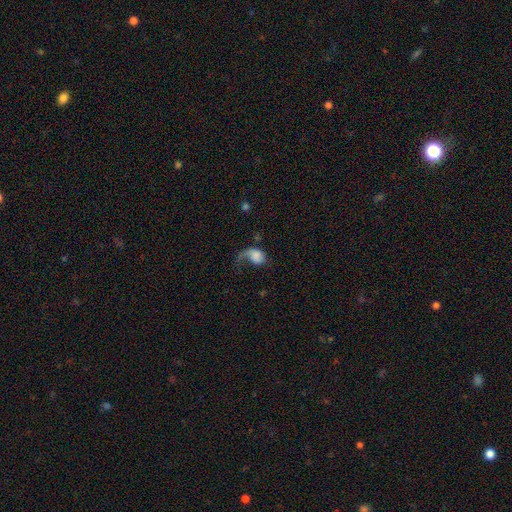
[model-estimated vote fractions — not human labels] Q: Smooth or featured?
A: smooth (52%); runner-up: featured or disk (39%)
Q: How rounded?
A: in between (63%); runner-up: round (35%)
Q: Merging?
A: major disturbance (56%); runner-up: none (23%)